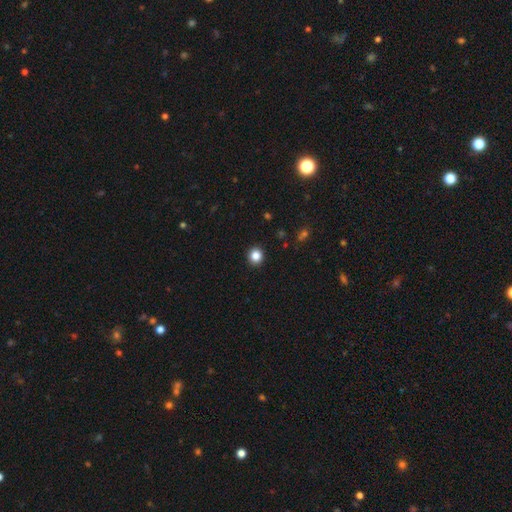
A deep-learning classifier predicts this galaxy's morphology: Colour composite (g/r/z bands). It shows a smooth galaxy with no disk features (85%) that is round (92%). Merging: none (92%).